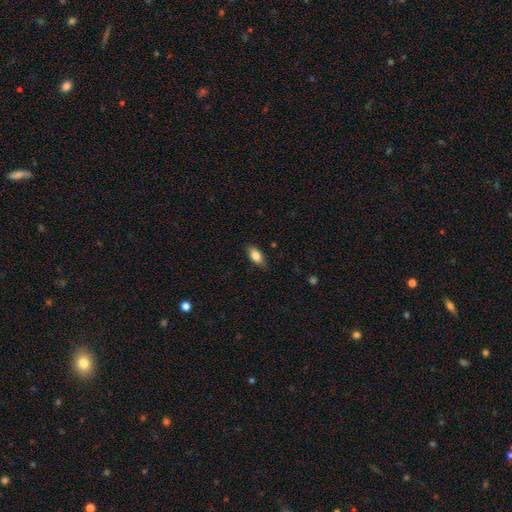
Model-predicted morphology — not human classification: This is clearly a smooth galaxy (82%). How rounded: clearly in between (88%). Merging: clearly none (81%).